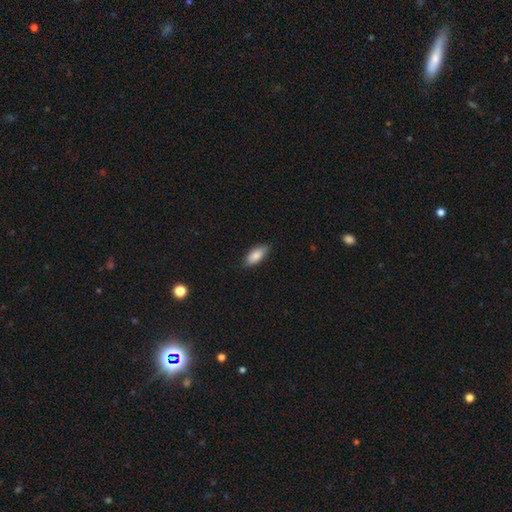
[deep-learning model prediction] A smooth galaxy with no disk features (87%) that is in between round and cigar-shaped (87%). Merging: none (82%).